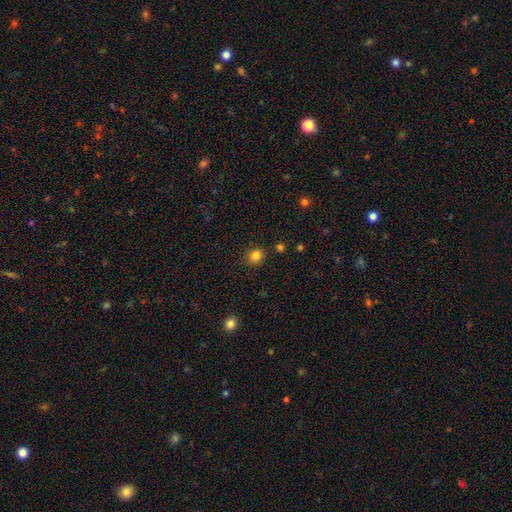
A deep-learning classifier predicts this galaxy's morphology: smooth-or-featured: smooth: 82% | star or artifact: 12% | featured or disk: 5%
  how-rounded: round: 74% | in between: 26% | cigar-shaped: 1%
  merging: none: 85% | minor disturbance: 10% | major disturbance: 2% | merger: 2%